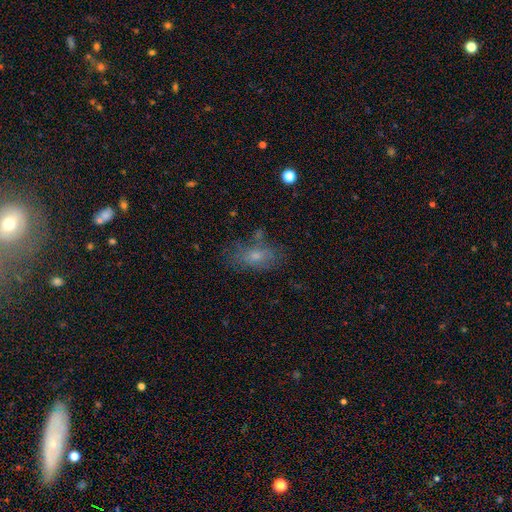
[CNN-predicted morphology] smooth-or-featured: smooth: 63% | featured or disk: 25% | star or artifact: 12%
  how-rounded: in between: 84% | round: 10% | cigar-shaped: 7%
  merging: none: 63% | minor disturbance: 21% | major disturbance: 10% | merger: 5%